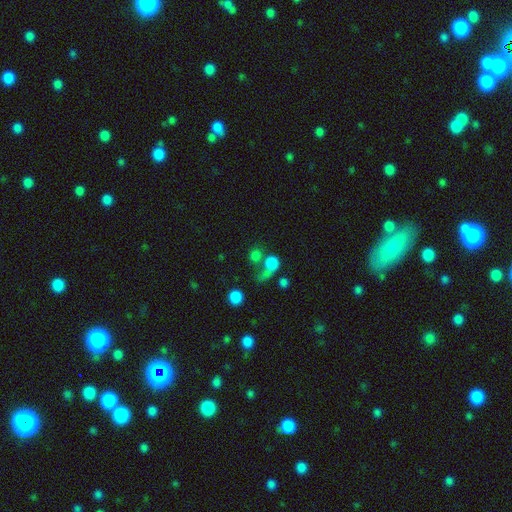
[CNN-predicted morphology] Smooth or featured? smooth (73%)
How rounded? round (82%)
Merging? merger (38%)